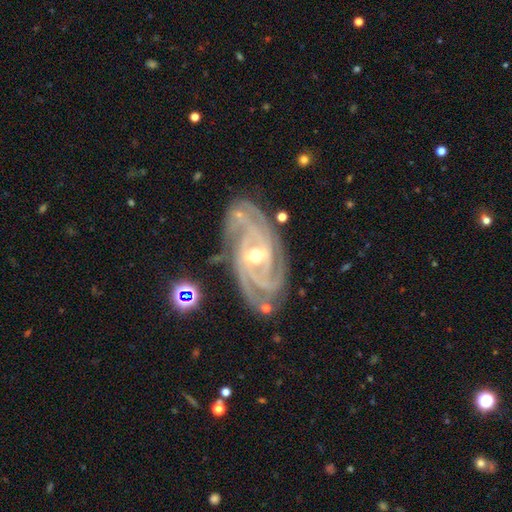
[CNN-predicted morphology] smooth_or_featured: featured or disk (p=0.92) [alt: star or artifact p=0.05]
disk_edge_on: no (p=0.96) [alt: yes p=0.04]
bar: weak (p=0.39) [alt: no p=0.34]
has_spiral_arms: yes (p=0.99) [alt: no p=0.01]
spiral_winding: tight (p=0.71) [alt: medium p=0.26]
spiral_arm_count: 4 (p=0.31) [alt: 3 p=0.30]
bulge_size: moderate (p=0.51) [alt: small p=0.46]
merging: none (p=0.76) [alt: minor disturbance p=0.17]